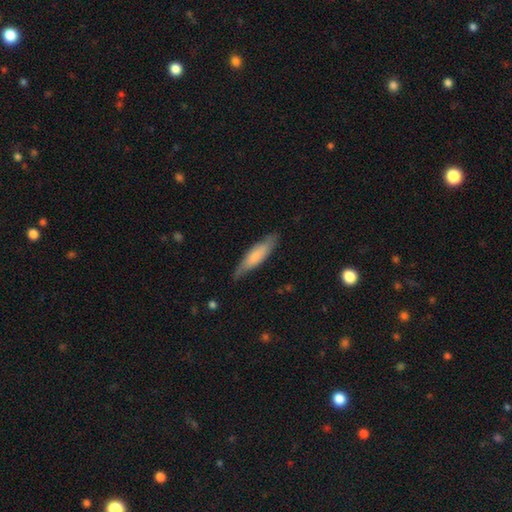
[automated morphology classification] Smooth or featured: smooth — 68% (featured or disk — 27%)
How rounded: cigar-shaped — 69% (in between — 30%)
Merging: none — 78% (minor disturbance — 18%)